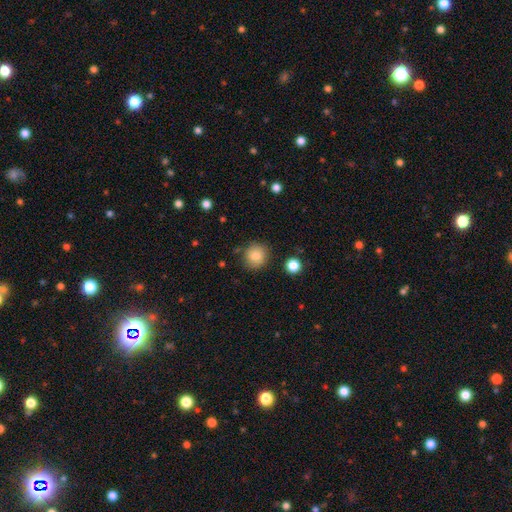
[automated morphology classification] This is clearly a smooth galaxy (83%). How rounded: clearly round (90%). Merging: clearly none (82%).